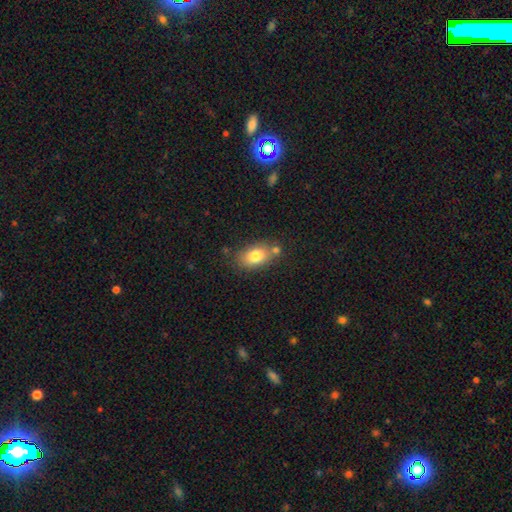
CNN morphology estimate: Smooth or featured? Predicted: smooth (p=0.78). How rounded? Predicted: in between (p=0.84). Merging? Predicted: none (p=0.68).